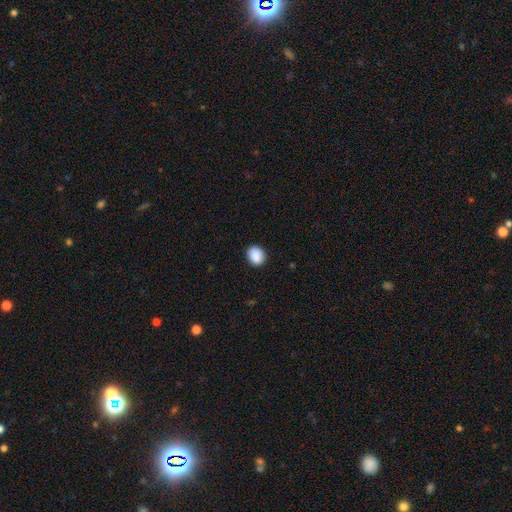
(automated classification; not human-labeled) Smooth or featured? Predicted: smooth (p=0.90). How rounded? Predicted: round (p=0.59). Merging? Predicted: none (p=0.89).